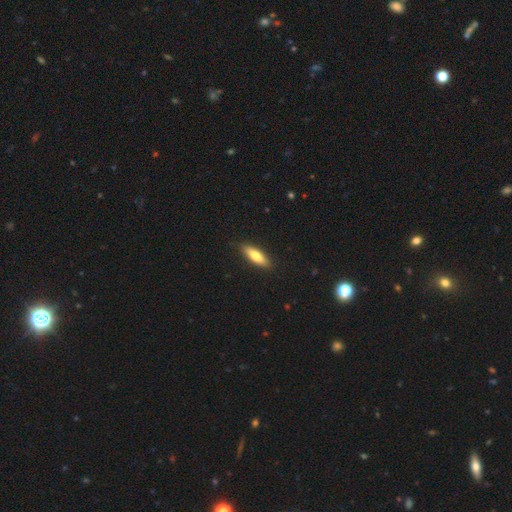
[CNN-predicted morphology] Smooth or featured? smooth (75%)
How rounded? in between (54%)
Merging? none (88%)